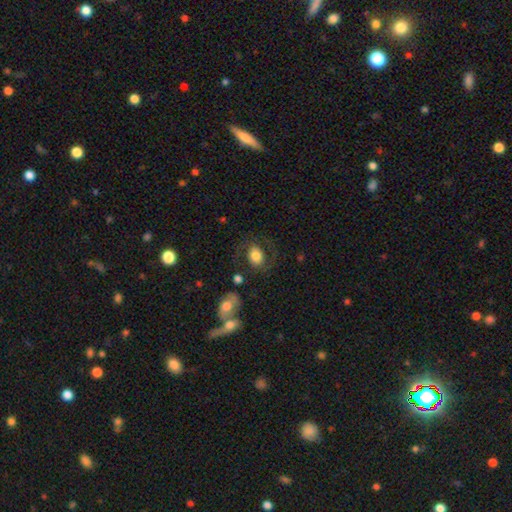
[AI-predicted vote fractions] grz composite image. It shows a smooth galaxy with no disk features (55%) that is in between round and cigar-shaped (54%). Merging: none (67%).